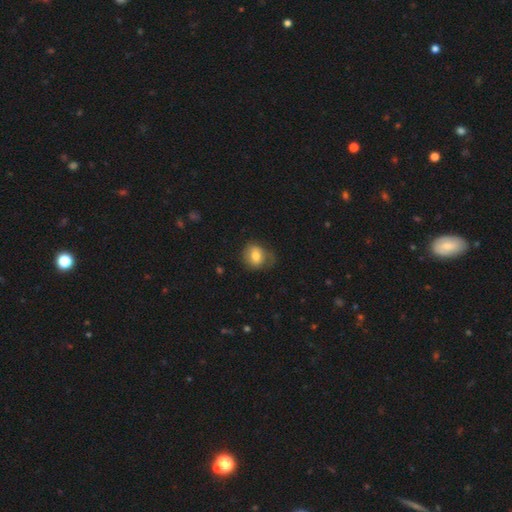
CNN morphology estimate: The model was most divided on "how rounded": round: 58%, in between: 41%, cigar-shaped: 1%. More confident: smooth or featured — smooth (73%); merging — none (56%).